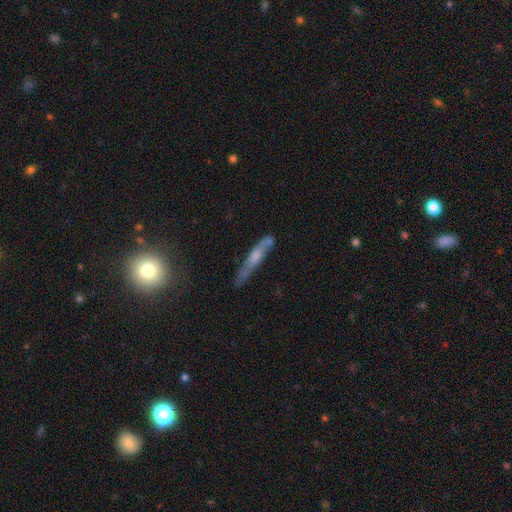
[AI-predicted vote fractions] This appears to be a featured or disk galaxy (55%) viewed edge-on (79%). Merging: none (65%).